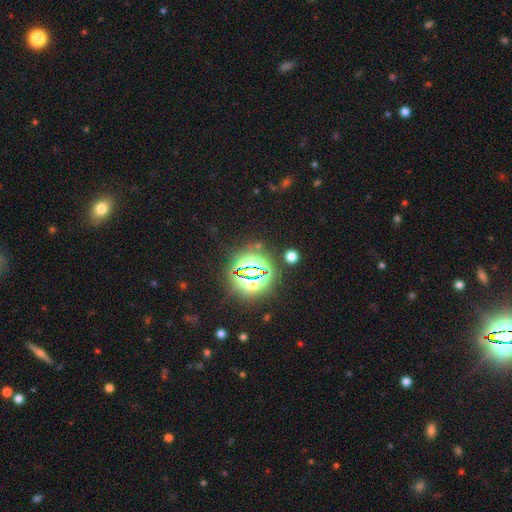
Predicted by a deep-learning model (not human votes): Morphology: type=star or artifact (81%).